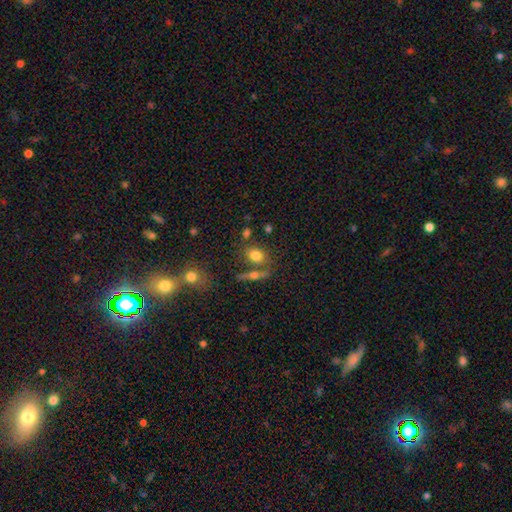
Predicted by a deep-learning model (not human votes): Morphology: type=smooth (75%); roundness=in between (67%); merging=none (58%).